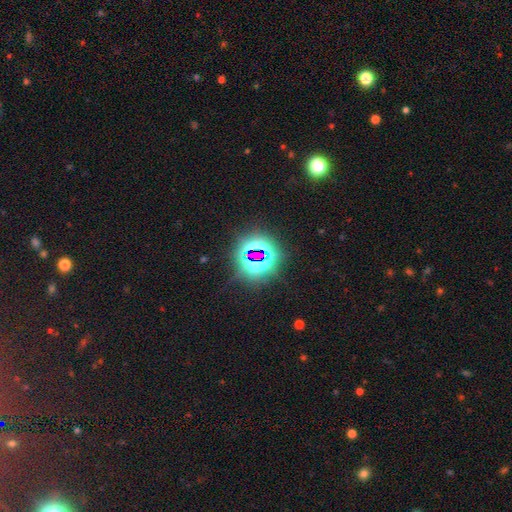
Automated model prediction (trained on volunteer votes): Smooth or featured?
  - star or artifact: 79% *
  - smooth: 13%
  - featured or disk: 7%